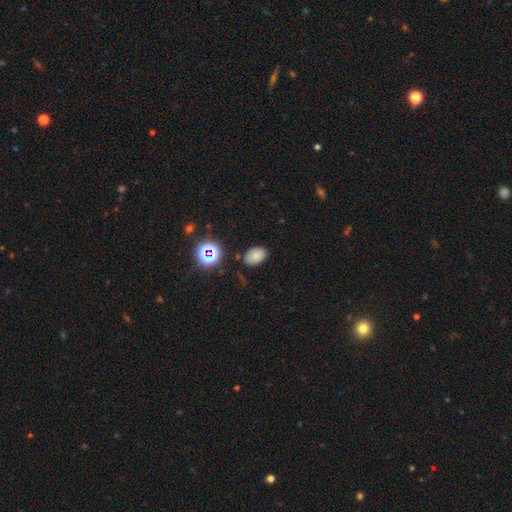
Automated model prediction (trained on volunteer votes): Overall: smooth (77%). How rounded: in between (85%). Merging: none (82%).